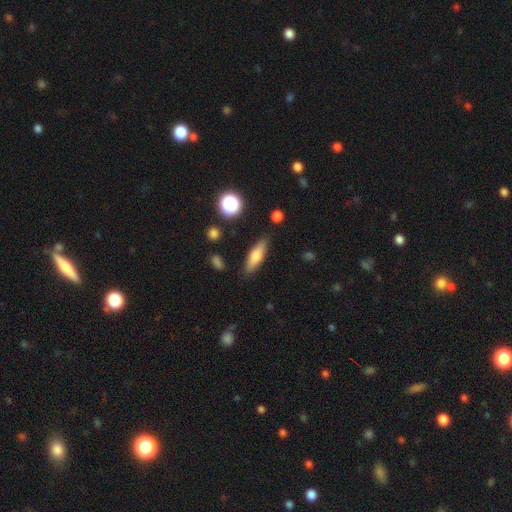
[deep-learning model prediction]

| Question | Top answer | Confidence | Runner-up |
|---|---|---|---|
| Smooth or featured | smooth | 66% | featured or disk (26%) |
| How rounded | cigar-shaped | 51% | in between (45%) |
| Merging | none | 84% | minor disturbance (11%) |